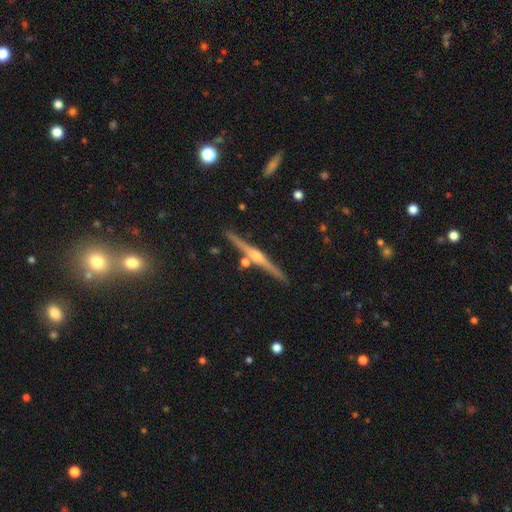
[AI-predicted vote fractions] Smooth or featured: featured or disk — 80% (smooth — 14%)
Edge-on disk: yes — 98% (no — 2%)
Edge-on bulge: rounded — 88% (boxy — 7%)
Merging: none — 83% (minor disturbance — 8%)